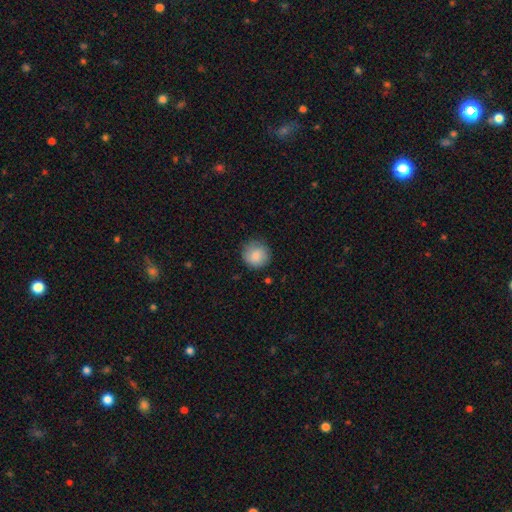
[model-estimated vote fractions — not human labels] smooth-or-featured: smooth: 85% | featured or disk: 7% | star or artifact: 7%
  how-rounded: round: 93% | in between: 6% | cigar-shaped: 1%
  merging: none: 81% | minor disturbance: 14% | major disturbance: 3% | merger: 1%